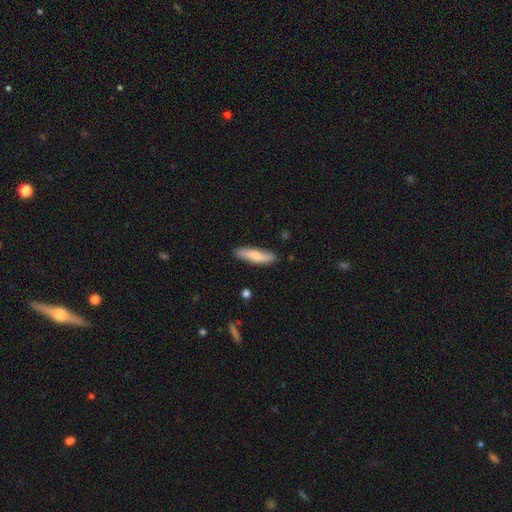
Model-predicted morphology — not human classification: Smooth or featured: smooth — 70% (featured or disk — 24%)
How rounded: cigar-shaped — 74% (in between — 25%)
Merging: none — 85% (minor disturbance — 12%)